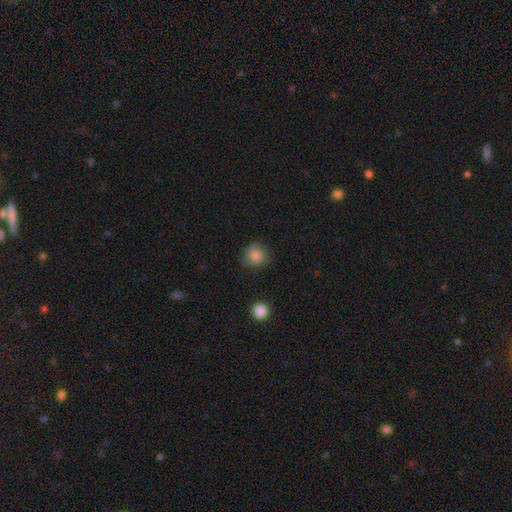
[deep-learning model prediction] Q: Smooth or featured?
A: smooth (81%); runner-up: featured or disk (10%)
Q: How rounded?
A: round (87%); runner-up: in between (12%)
Q: Merging?
A: none (76%); runner-up: minor disturbance (19%)